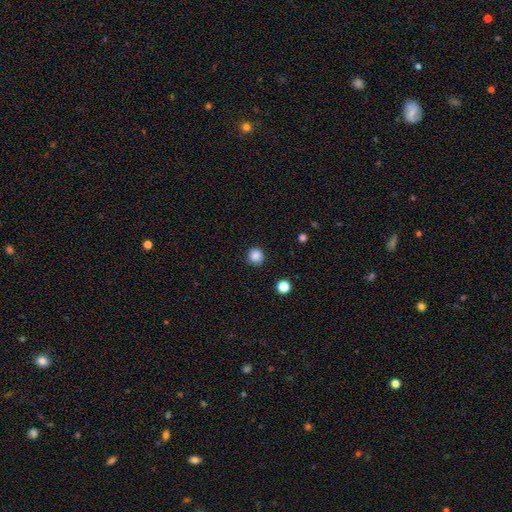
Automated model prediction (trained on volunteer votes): Morphology: type=smooth (86%); roundness=round (94%); merging=none (89%).